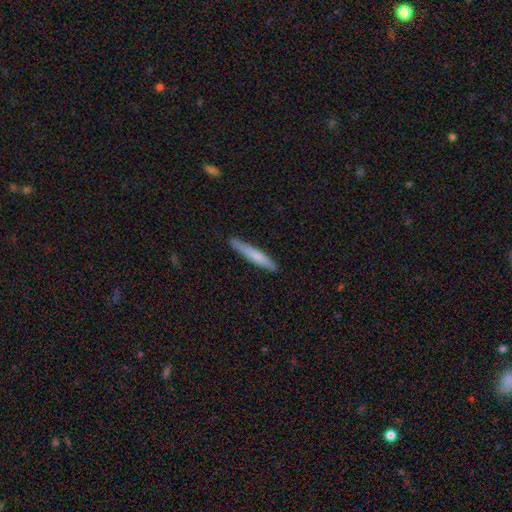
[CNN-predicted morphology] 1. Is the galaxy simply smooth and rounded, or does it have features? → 67% smooth, 27% featured or disk, 5% star or artifact.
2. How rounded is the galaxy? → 94% cigar-shaped, 4% in between, 1% round.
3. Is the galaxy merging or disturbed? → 84% none, 13% minor disturbance, 2% major disturbance, 1% merger.